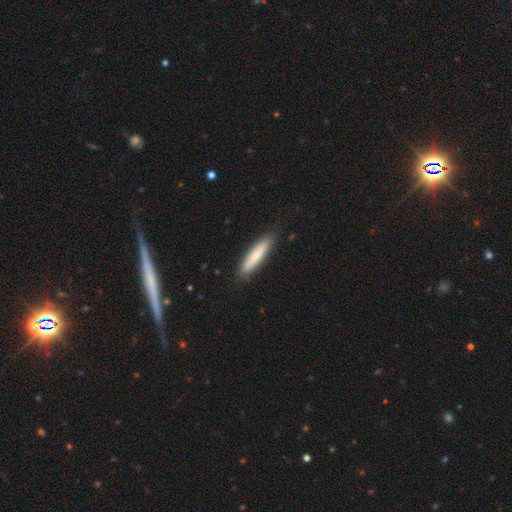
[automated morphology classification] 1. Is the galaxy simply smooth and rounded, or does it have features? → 76% smooth, 18% featured or disk, 5% star or artifact.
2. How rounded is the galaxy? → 83% cigar-shaped, 16% in between, 1% round.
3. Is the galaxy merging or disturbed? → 87% none, 10% minor disturbance, 2% major disturbance, 1% merger.